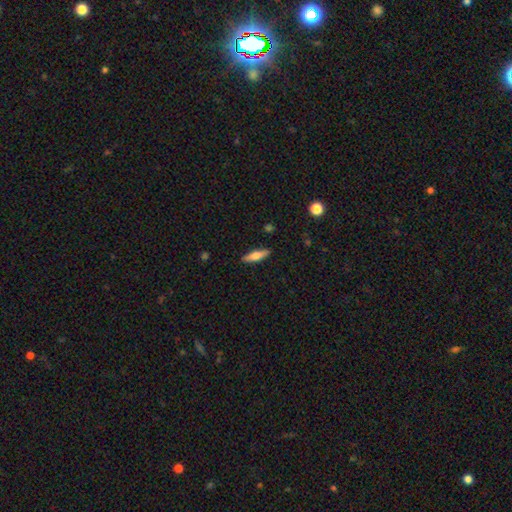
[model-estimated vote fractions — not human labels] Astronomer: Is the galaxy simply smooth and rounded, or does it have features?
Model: smooth — 61%.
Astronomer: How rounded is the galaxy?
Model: cigar-shaped — 65%.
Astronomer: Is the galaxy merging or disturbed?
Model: none — 89%.